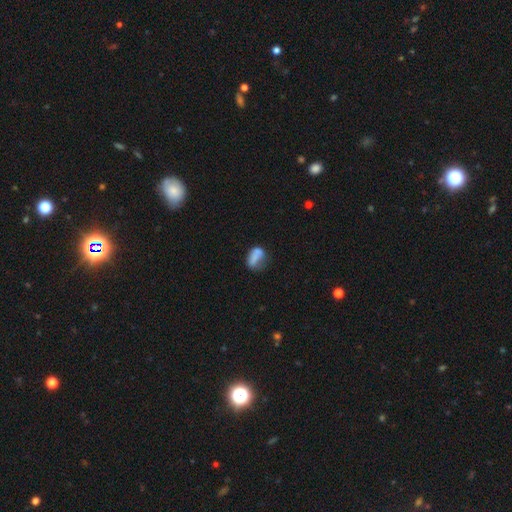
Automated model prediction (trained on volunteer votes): Smooth or featured?
  - smooth: 69% *
  - featured or disk: 21%
  - star or artifact: 10%
How rounded?
  - in between: 78% *
  - round: 16%
  - cigar-shaped: 6%
Merging?
  - none: 37% *
  - minor disturbance: 27%
  - major disturbance: 19%
  - merger: 17%